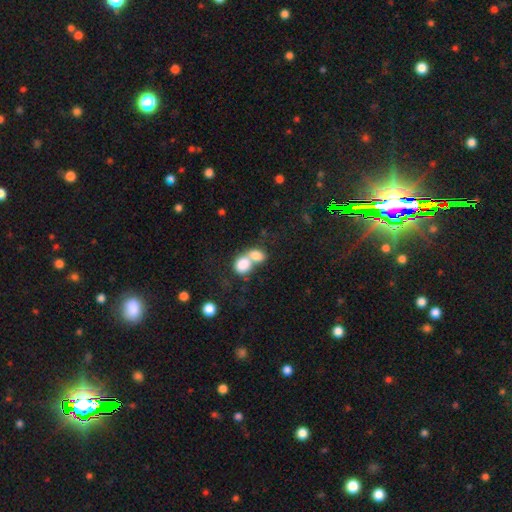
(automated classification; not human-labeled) The model was most divided on "how rounded": in between: 56%, round: 43%, cigar-shaped: 1%. More confident: smooth or featured — smooth (80%); merging — merger (71%).